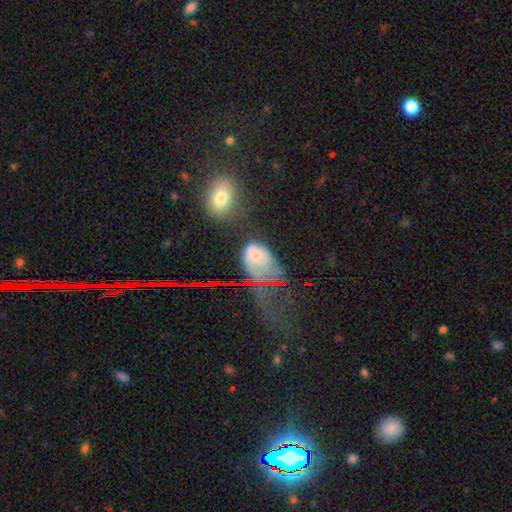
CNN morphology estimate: Overall: featured or disk (39%; smooth 34%). Merging: none (34%; major disturbance 32%).